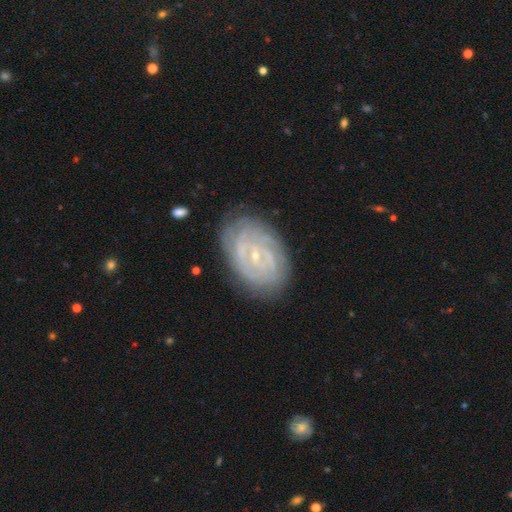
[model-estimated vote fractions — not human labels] featured or disk 81%, smooth 12%, star or artifact 7%. Down the decision tree: edge-on disk — no (96%); bar — no (44%); spiral arms — yes (90%); spiral arm count — can't tell (40%); spiral winding — tight (75%); bulge size — small (81%); merging — none (78%).